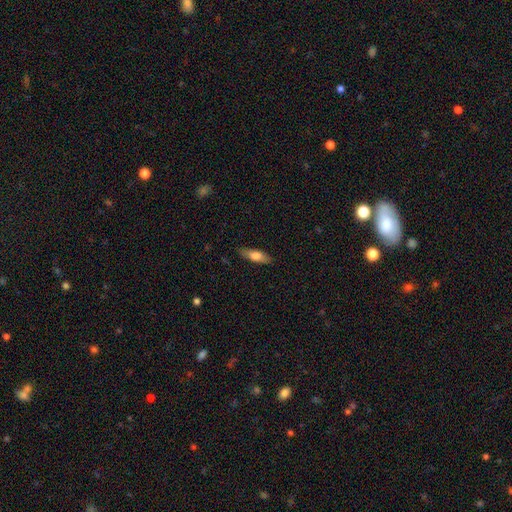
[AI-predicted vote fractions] A smooth galaxy with no disk features (71%) that is in between round and cigar-shaped (56%). Merging: none (84%).